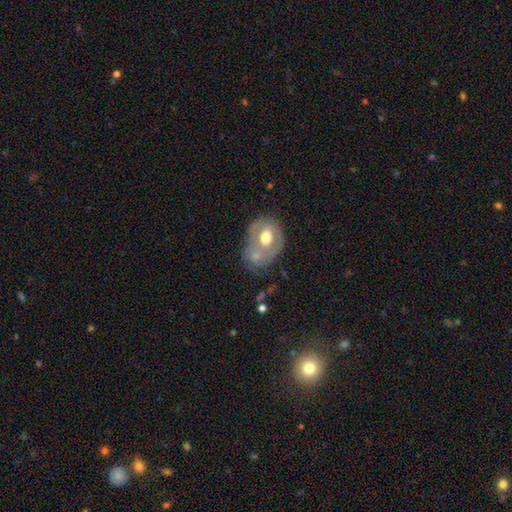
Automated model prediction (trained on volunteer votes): smooth 47%, featured or disk 46%, star or artifact 7%. Down the decision tree: merging — merger (42%).